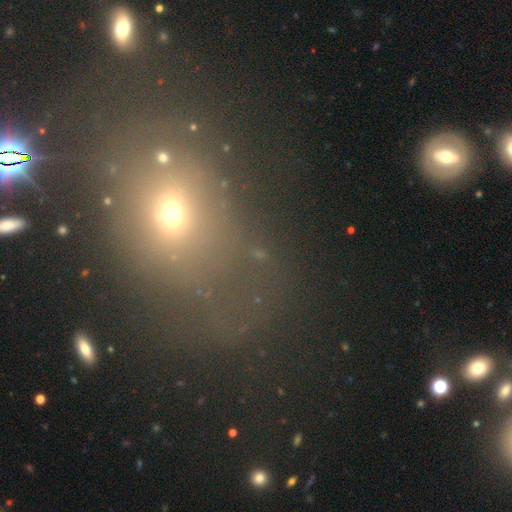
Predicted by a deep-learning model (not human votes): Overall: smooth (51%; star or artifact 32%). How rounded: in between (57%; round 40%). Merging: none (61%).